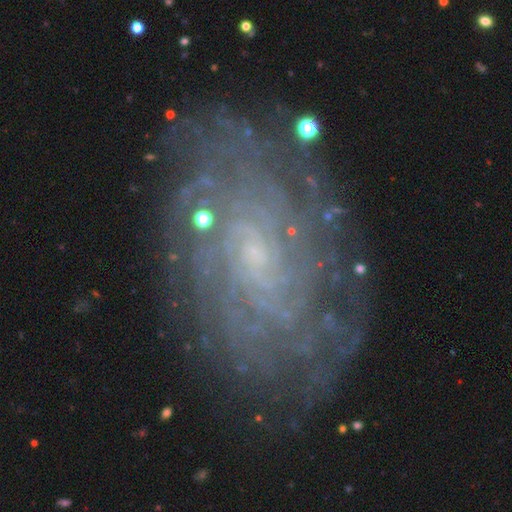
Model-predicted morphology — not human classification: smooth_or_featured: featured or disk (p=0.77) [alt: smooth p=0.12]
disk_edge_on: no (p=0.96) [alt: yes p=0.04]
bar: no (p=0.61) [alt: weak p=0.32]
has_spiral_arms: yes (p=0.90) [alt: no p=0.10]
spiral_winding: tight (p=0.71) [alt: medium p=0.21]
spiral_arm_count: can't tell (p=0.48) [alt: more than 4 p=0.17]
bulge_size: small (p=0.82) [alt: moderate p=0.10]
merging: none (p=0.81) [alt: minor disturbance p=0.12]